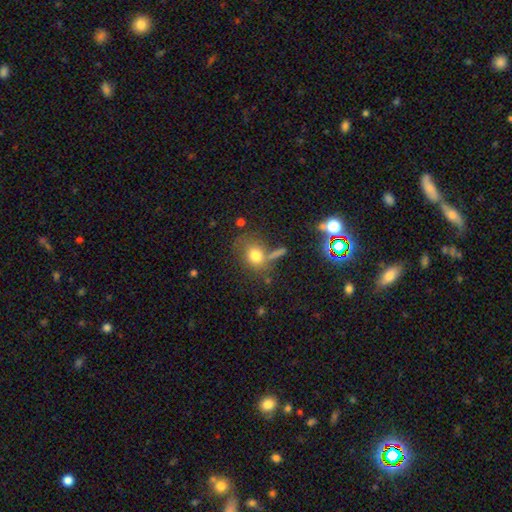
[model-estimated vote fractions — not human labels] A smooth galaxy with no disk features (74%) that is round (61%).

Vote fractions:
- Smooth or featured? smooth: 74% / star or artifact: 13% / featured or disk: 12%
- How rounded? round: 61% / in between: 37% / cigar-shaped: 2%
- Merging? none: 57% / minor disturbance: 17% / merger: 15% / major disturbance: 10%